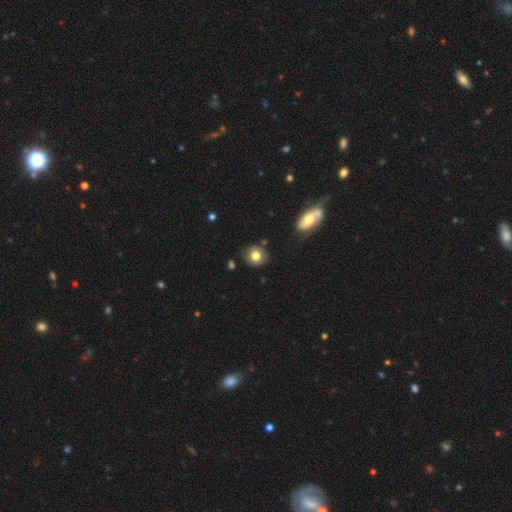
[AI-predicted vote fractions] This is likely a smooth galaxy (78%). How rounded: likely round (79%). Merging: likely none (79%).